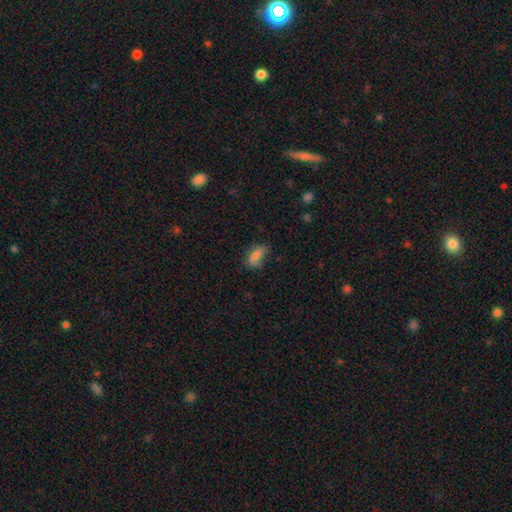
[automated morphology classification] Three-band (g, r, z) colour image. It shows a smooth galaxy with no disk features (76%) that is in between round and cigar-shaped (80%). Merging: none (57%).